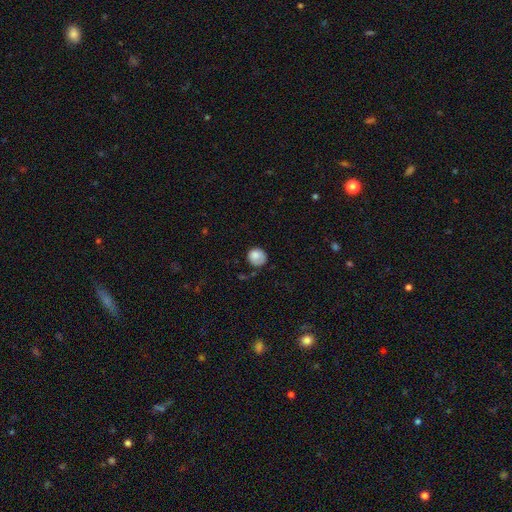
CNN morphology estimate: Q: Smooth or featured?
A: smooth (81%); runner-up: featured or disk (11%)
Q: How rounded?
A: round (83%); runner-up: in between (16%)
Q: Merging?
A: none (62%); runner-up: minor disturbance (26%)